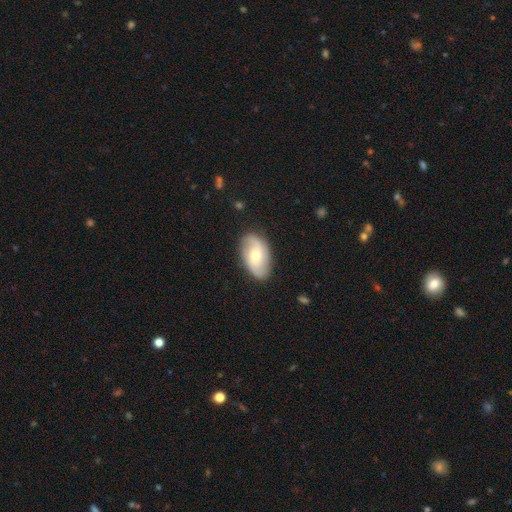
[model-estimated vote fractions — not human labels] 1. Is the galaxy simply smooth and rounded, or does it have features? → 57% featured or disk, 37% smooth, 6% star or artifact.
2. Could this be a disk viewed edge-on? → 94% no, 6% yes.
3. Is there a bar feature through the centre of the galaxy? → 59% no, 34% weak, 7% strong.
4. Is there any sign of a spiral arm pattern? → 82% yes, 18% no.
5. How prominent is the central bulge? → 63% moderate, 30% small, 5% large, 1% none, 1% dominant.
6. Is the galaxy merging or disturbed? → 83% none, 13% minor disturbance, 3% major disturbance, 1% merger.